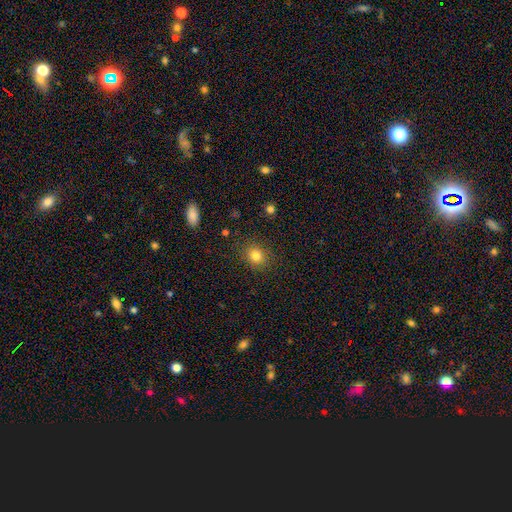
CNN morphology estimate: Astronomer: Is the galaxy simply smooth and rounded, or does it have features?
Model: smooth — 81%.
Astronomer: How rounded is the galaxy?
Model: round — 64%.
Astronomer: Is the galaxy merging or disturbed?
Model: none — 86%.